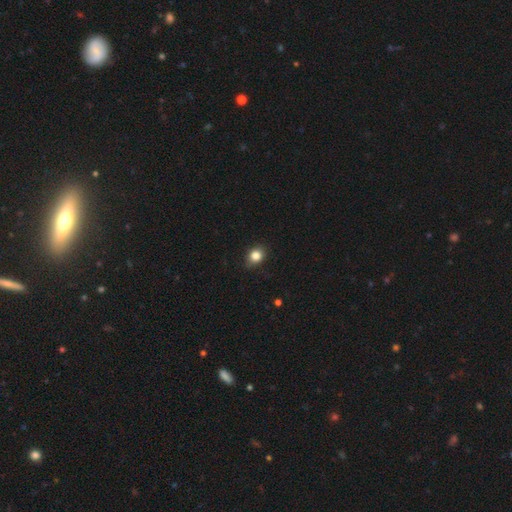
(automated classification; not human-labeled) Smooth or featured: smooth — 84% (star or artifact — 10%)
How rounded: round — 59% (in between — 40%)
Merging: none — 85% (minor disturbance — 12%)